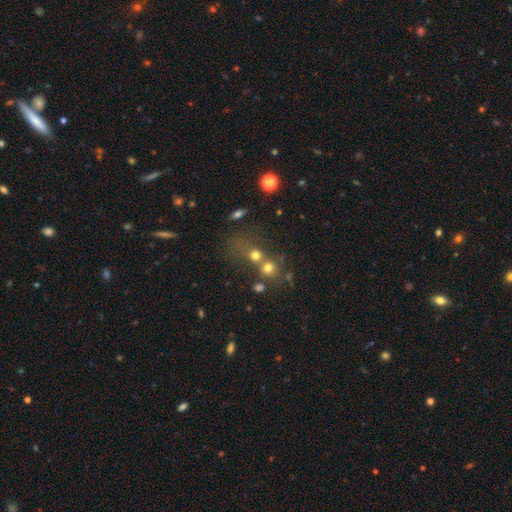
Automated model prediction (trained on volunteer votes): Morphology: type=smooth (64%); roundness=round (81%); merging=merger (46%).